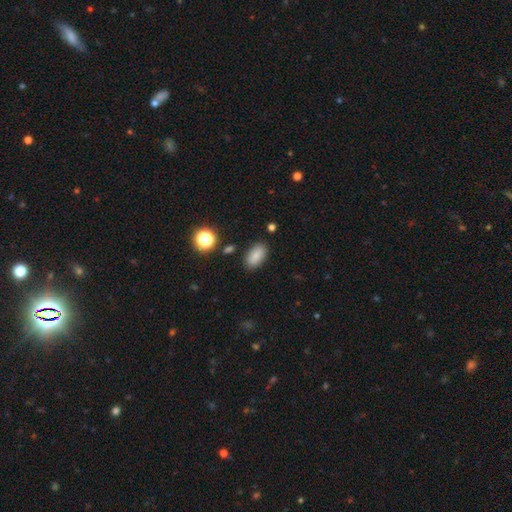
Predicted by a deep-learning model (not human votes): This is clearly a smooth galaxy (86%). How rounded: clearly in between (91%). Merging: clearly none (86%).